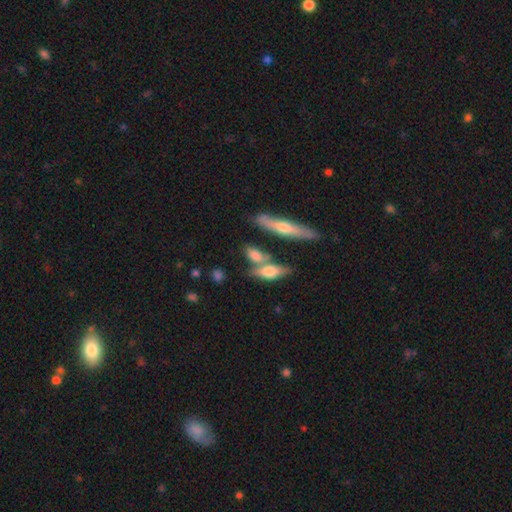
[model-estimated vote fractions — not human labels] Q: Smooth or featured?
A: smooth (63%); runner-up: featured or disk (29%)
Q: How rounded?
A: in between (57%); runner-up: cigar-shaped (33%)
Q: Merging?
A: none (52%); runner-up: merger (30%)